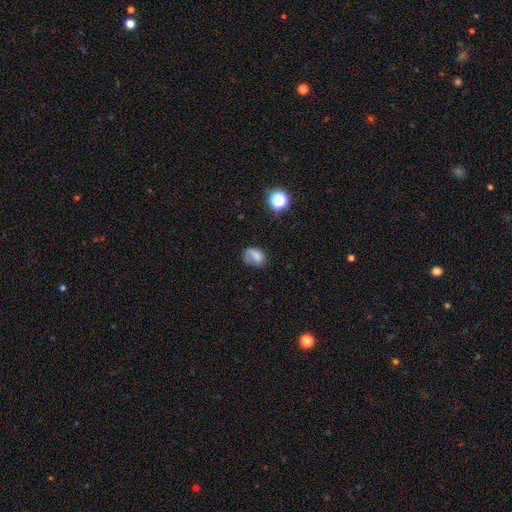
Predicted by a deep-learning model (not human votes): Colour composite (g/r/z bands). It shows a smooth galaxy with no disk features (72%) that is in between round and cigar-shaped (65%). Merging: none (53%).